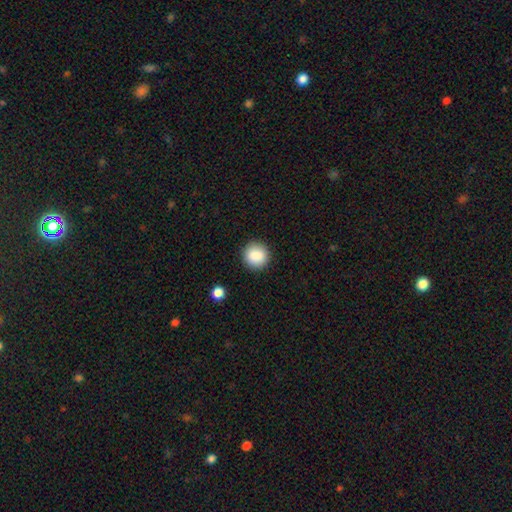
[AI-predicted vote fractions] This appears to be a smooth galaxy with no disk features (88%) that is round (92%). Merging: none (90%).